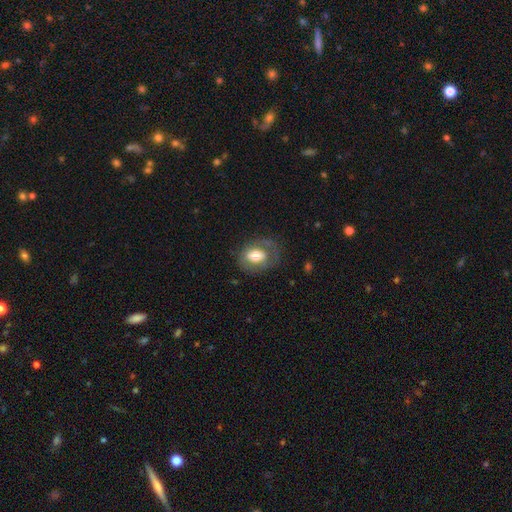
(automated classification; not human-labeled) The model was most divided on "smooth or featured": smooth: 57%, featured or disk: 35%, star or artifact: 8%. More confident: how rounded — in between (65%); merging — none (62%).